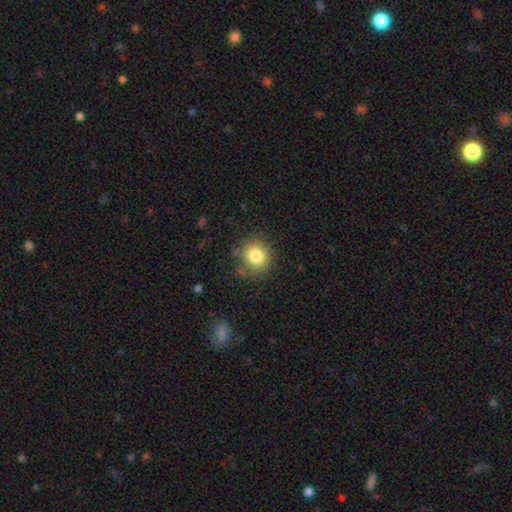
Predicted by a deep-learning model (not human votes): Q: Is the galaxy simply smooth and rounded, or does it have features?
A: smooth — 81%.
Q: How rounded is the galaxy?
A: round — 84%.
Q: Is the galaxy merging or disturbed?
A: none — 79%.